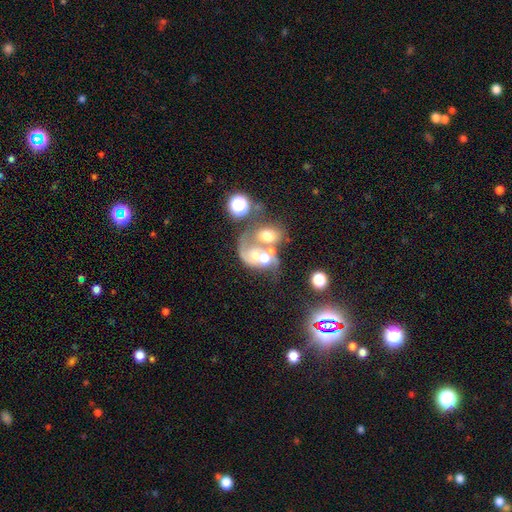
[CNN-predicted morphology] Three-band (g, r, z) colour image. It shows a featured or disk galaxy (53%) with no bar (82%), no spiral arms (52%) and a moderate central bulge (46%). Merging: merger (67%).